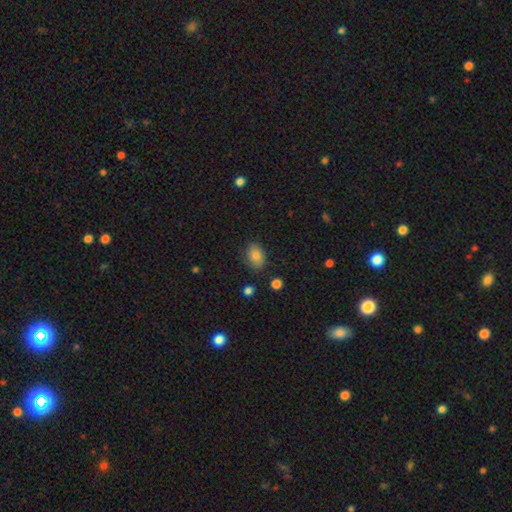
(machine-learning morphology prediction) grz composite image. It shows a smooth galaxy with no disk features (83%) that is in between round and cigar-shaped (80%). Merging: none (84%).